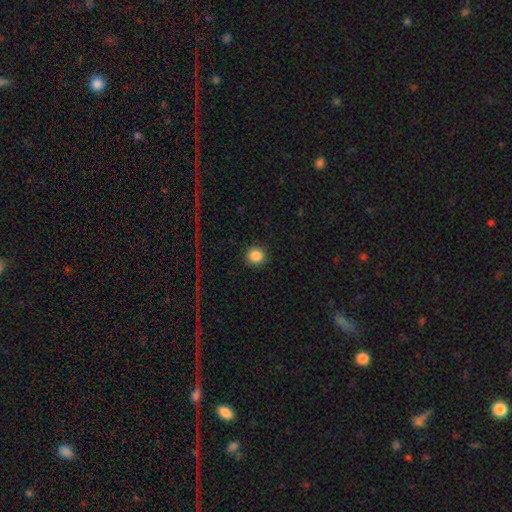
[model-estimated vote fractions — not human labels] A smooth galaxy with no disk features (85%) that is round (92%). Merging: none (92%).